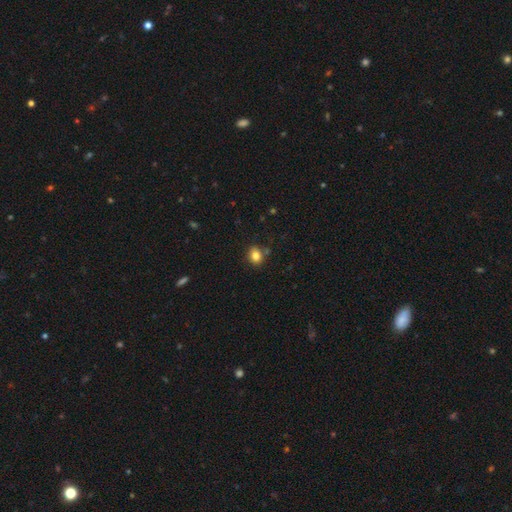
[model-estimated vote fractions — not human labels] smooth 82%, star or artifact 11%, featured or disk 7%. Down the decision tree: how rounded — round (62%); merging — none (79%).